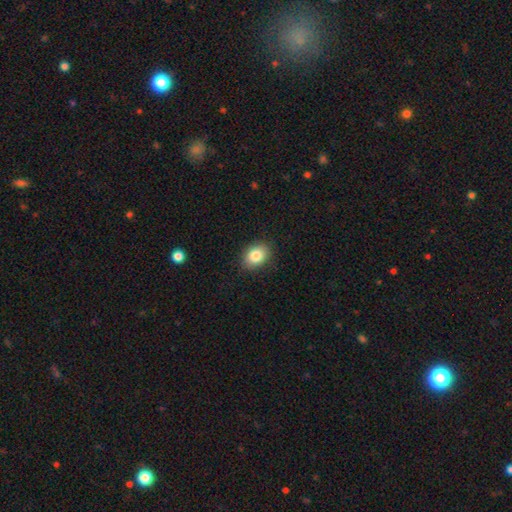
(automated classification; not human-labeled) Smooth or featured?
  - smooth: 84% *
  - star or artifact: 8%
  - featured or disk: 7%
How rounded?
  - in between: 70% *
  - round: 29%
  - cigar-shaped: 1%
Merging?
  - none: 88% *
  - minor disturbance: 9%
  - major disturbance: 2%
  - merger: 1%